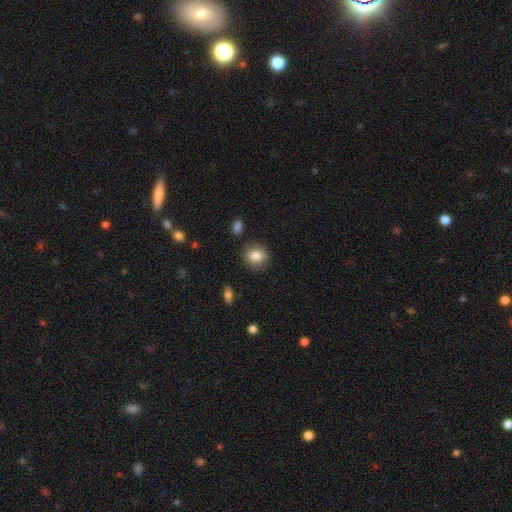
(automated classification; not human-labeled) smooth_or_featured: smooth (p=0.85) [alt: star or artifact p=0.08]
how_rounded: round (p=0.69) [alt: in between p=0.30]
merging: none (p=0.85) [alt: minor disturbance p=0.10]